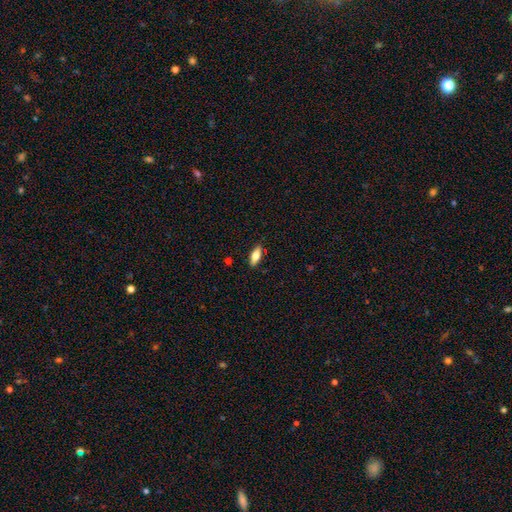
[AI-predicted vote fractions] A smooth galaxy with no disk features (73%) that is in between round and cigar-shaped (76%).

Vote fractions:
- Smooth or featured? smooth: 73% / featured or disk: 21% / star or artifact: 7%
- How rounded? in between: 76% / cigar-shaped: 22% / round: 2%
- Merging? none: 88% / minor disturbance: 9% / major disturbance: 2% / merger: 1%